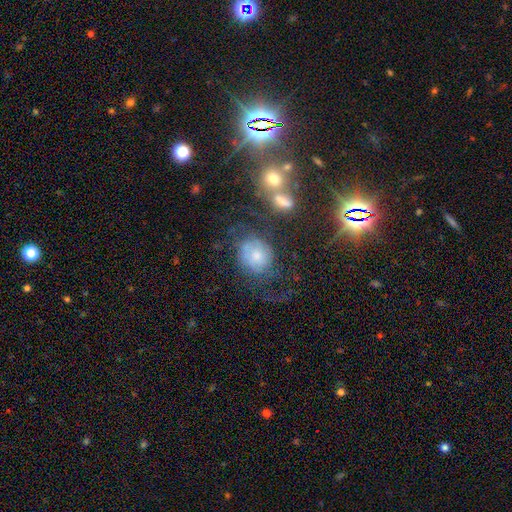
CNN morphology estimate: A smooth galaxy with no disk features (44%). Merging: none (43%).